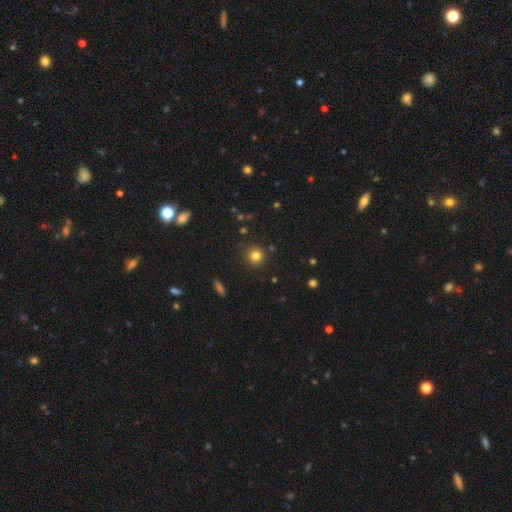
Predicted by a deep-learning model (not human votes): Smooth or featured: smooth — 80% (star or artifact — 14%)
How rounded: round — 94% (in between — 5%)
Merging: none — 90% (minor disturbance — 6%)